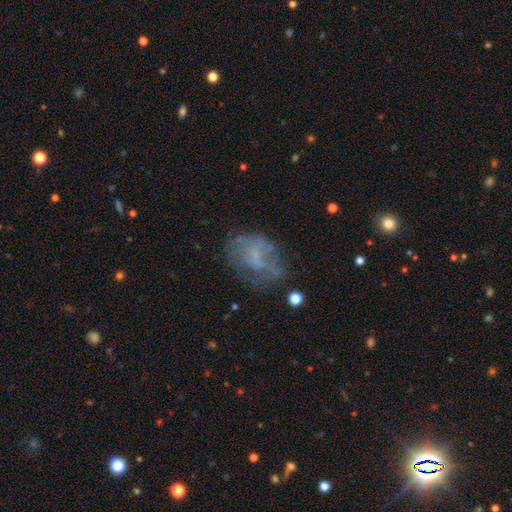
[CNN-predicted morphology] Smooth or featured?
  - featured or disk: 43% *
  - smooth: 42%
  - star or artifact: 15%
Merging?
  - none: 43% *
  - major disturbance: 28%
  - minor disturbance: 25%
  - merger: 5%